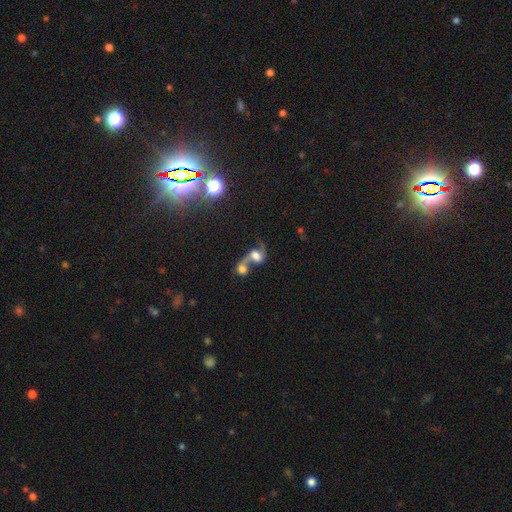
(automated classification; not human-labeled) Smooth or featured? featured or disk (52%)
Edge-on disk? no (95%)
Merging? merger (75%)